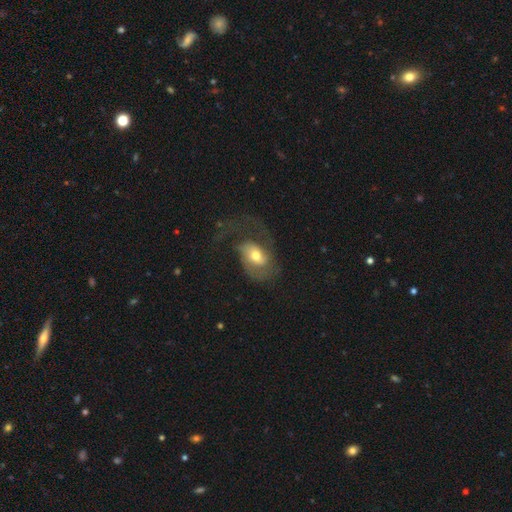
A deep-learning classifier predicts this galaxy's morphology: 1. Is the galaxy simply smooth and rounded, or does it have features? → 58% featured or disk, 35% smooth, 7% star or artifact.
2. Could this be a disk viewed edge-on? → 95% no, 5% yes.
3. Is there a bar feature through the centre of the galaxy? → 60% no, 30% weak, 9% strong.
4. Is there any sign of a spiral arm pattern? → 77% yes, 23% no.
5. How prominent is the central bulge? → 68% moderate, 18% small, 11% large, 2% dominant, 1% none.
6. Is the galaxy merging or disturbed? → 50% major disturbance, 31% none, 17% minor disturbance, 2% merger.